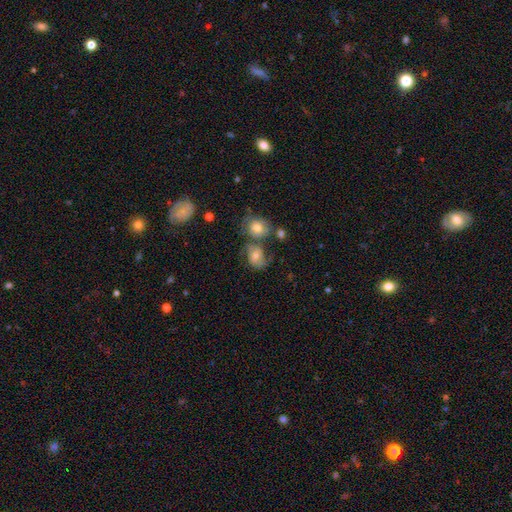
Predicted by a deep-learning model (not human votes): Smooth or featured? Predicted: smooth (p=0.45, tied with featured or disk). Merging? Predicted: none (p=0.42).